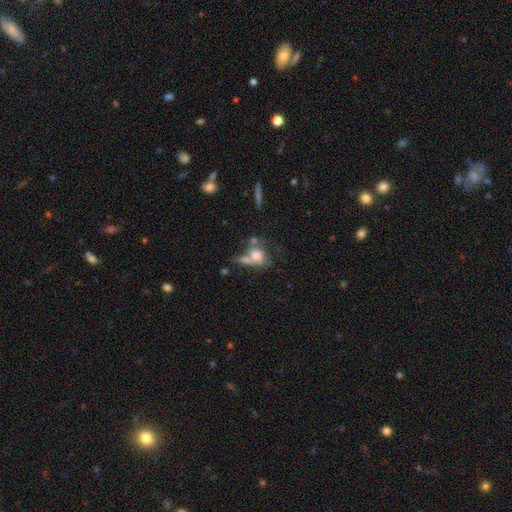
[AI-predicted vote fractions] Smooth or featured? smooth (61%)
How rounded? in between (51%)
Merging? merger (38%)